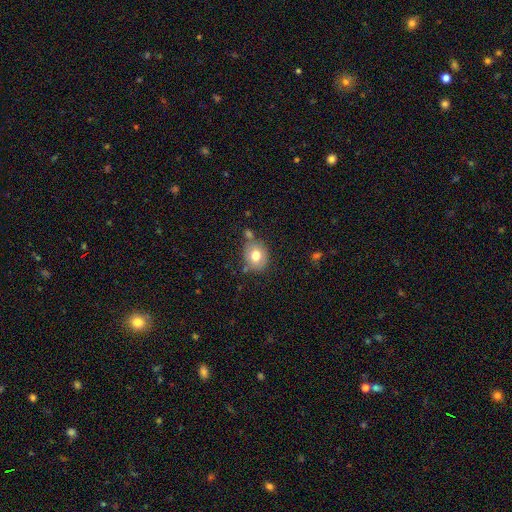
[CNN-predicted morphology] A smooth galaxy with no disk features (74%) that is round (62%).

Vote fractions:
- Smooth or featured? smooth: 74% / featured or disk: 17% / star or artifact: 9%
- How rounded? round: 62% / in between: 37% / cigar-shaped: 1%
- Merging? none: 66% / minor disturbance: 16% / merger: 13% / major disturbance: 4%